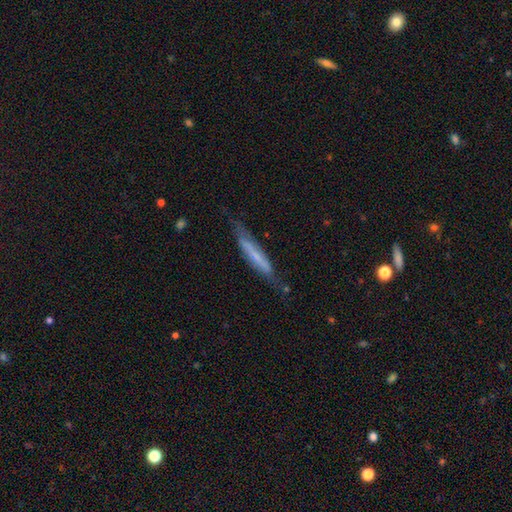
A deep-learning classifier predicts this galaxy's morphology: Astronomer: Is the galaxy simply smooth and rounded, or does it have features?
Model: featured or disk — 52% (runner-up: smooth, 41%).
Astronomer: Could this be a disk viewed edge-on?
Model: yes — 75%.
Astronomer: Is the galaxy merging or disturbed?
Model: none — 67%.